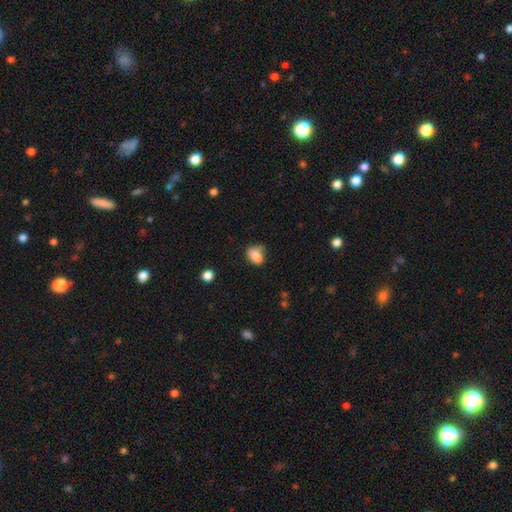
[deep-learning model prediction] A smooth galaxy with no disk features (81%) that is in between round and cigar-shaped (72%). Merging: none (47%).